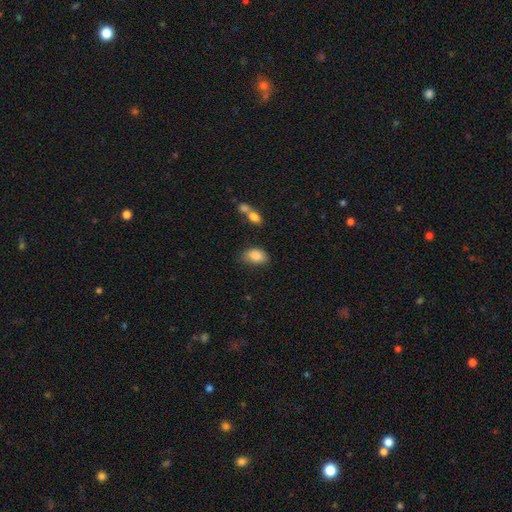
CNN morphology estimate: smooth_or_featured: smooth (p=0.87) [alt: star or artifact p=0.08]
how_rounded: in between (p=0.88) [alt: round p=0.11]
merging: none (p=0.66) [alt: minor disturbance p=0.24]